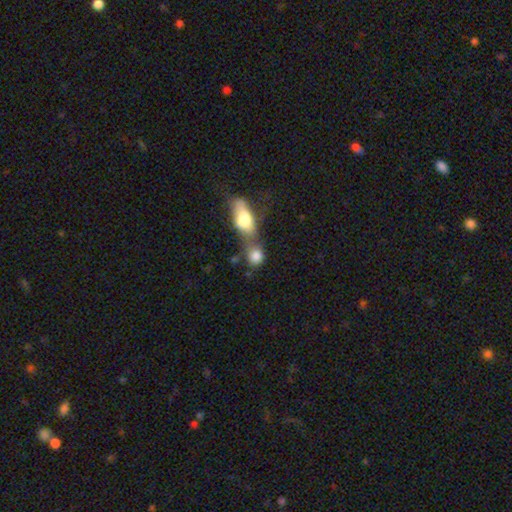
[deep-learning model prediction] A smooth galaxy with no disk features (80%) that is round (55%).

Vote fractions:
- Smooth or featured? smooth: 80% / featured or disk: 11% / star or artifact: 9%
- How rounded? round: 55% / in between: 41% / cigar-shaped: 4%
- Merging? merger: 59% / none: 26% / minor disturbance: 9% / major disturbance: 6%